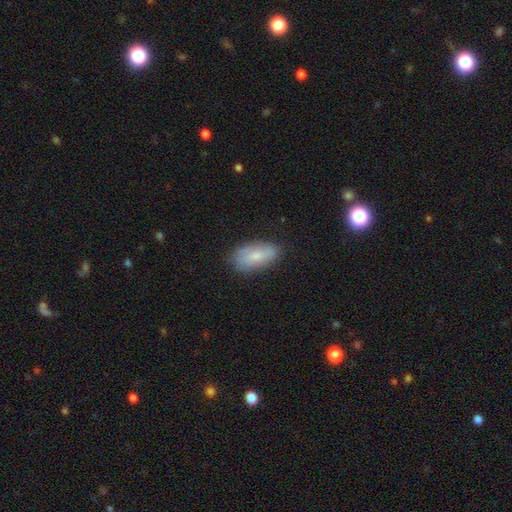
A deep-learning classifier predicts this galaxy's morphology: Overall: smooth (74%). How rounded: in between (89%). Merging: none (75%).